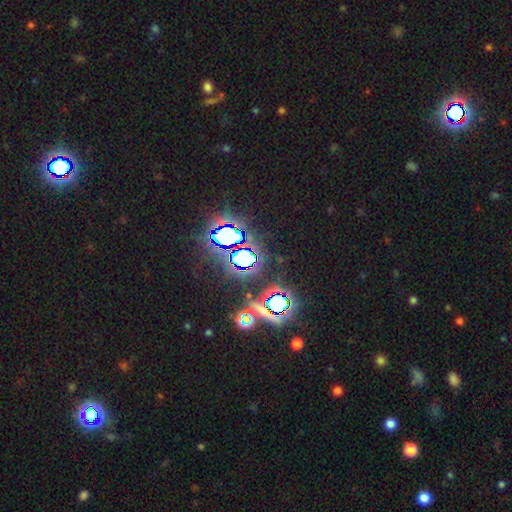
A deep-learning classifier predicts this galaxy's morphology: Smooth or featured? star or artifact (82%)